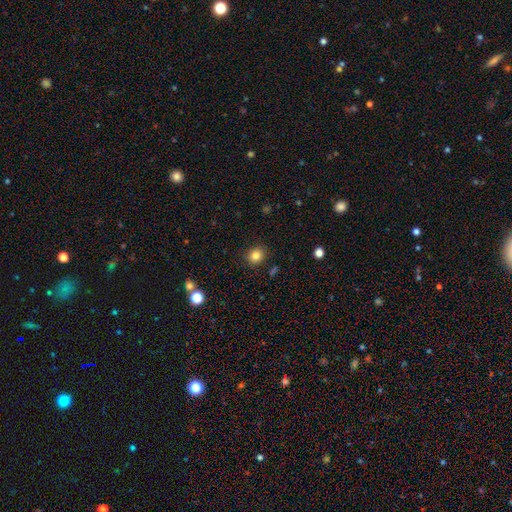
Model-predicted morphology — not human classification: This appears to be a smooth galaxy with no disk features (83%) that is round (78%). Merging: none (89%).